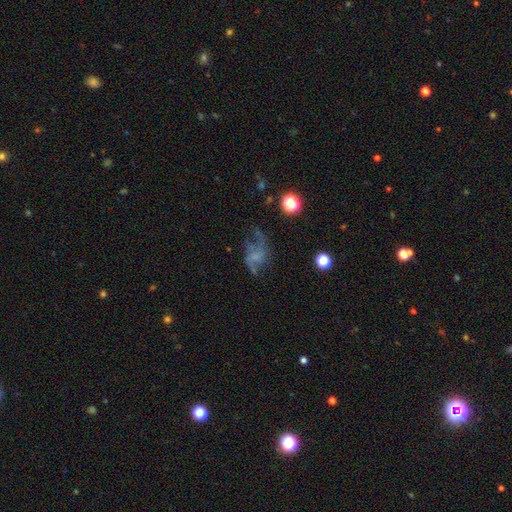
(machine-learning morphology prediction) The model was most divided on "merging": none: 41%, major disturbance: 34%, minor disturbance: 20%, merger: 5%. More confident: edge-on disk — no (97%); spiral arms — yes (75%); bar — no (69%); smooth or featured — featured or disk (62%); bulge size — none (59%).